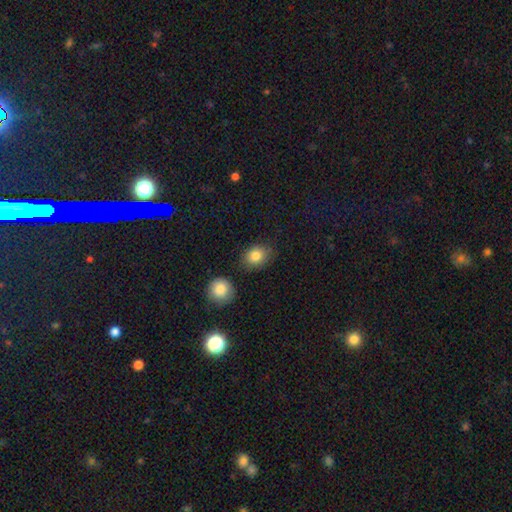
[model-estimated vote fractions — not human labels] Smooth or featured: smooth — 84% (star or artifact — 9%)
How rounded: in between — 53% (round — 45%)
Merging: none — 78% (minor disturbance — 14%)